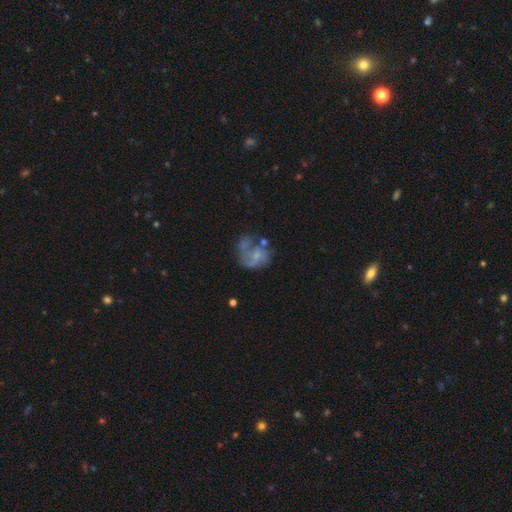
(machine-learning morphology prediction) featured or disk 58%, smooth 31%, star or artifact 10%. Down the decision tree: edge-on disk — no (98%); bar — no (74%); spiral arms — yes (54%); bulge size — small (39%); merging — none (34%).